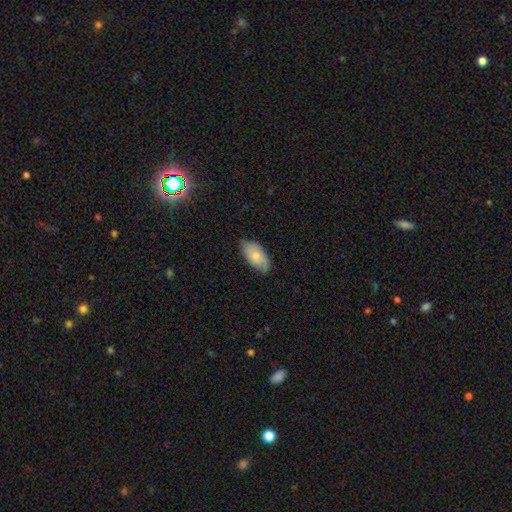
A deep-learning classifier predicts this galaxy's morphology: The model was most divided on "smooth or featured": smooth: 72%, featured or disk: 23%, star or artifact: 6%. More confident: how rounded — in between (94%); merging — none (76%).